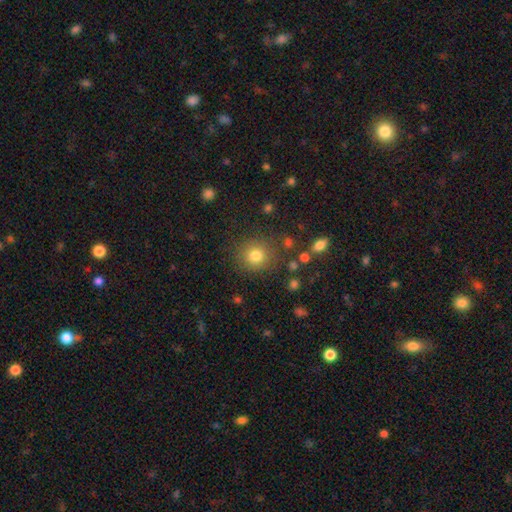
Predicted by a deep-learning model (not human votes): Morphology: type=smooth (80%); roundness=round (90%); merging=none (84%).